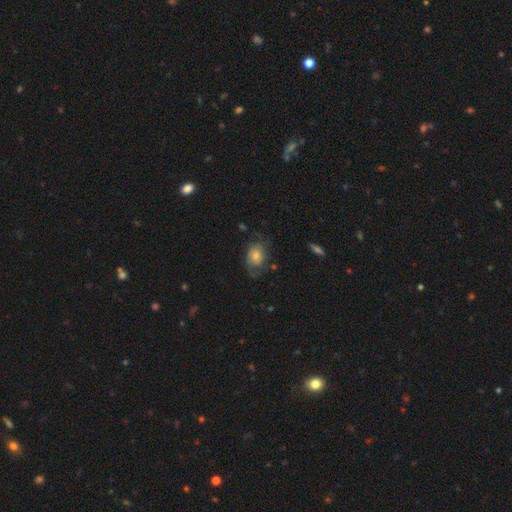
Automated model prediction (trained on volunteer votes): Morphology: type=featured or disk (47%); merging=none (57%).